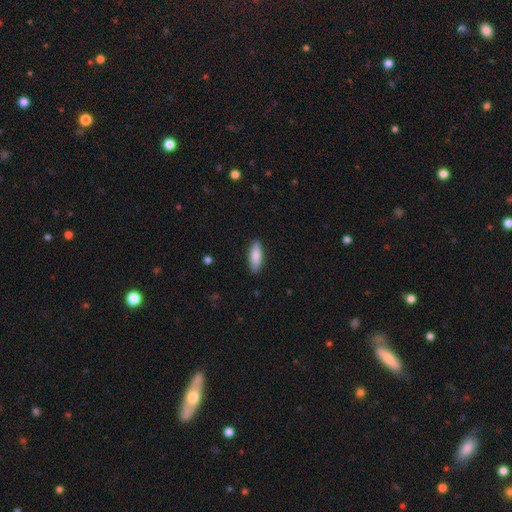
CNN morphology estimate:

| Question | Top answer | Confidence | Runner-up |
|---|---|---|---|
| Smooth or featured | smooth | 85% | featured or disk (10%) |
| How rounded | in between | 59% | cigar-shaped (39%) |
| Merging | none | 89% | minor disturbance (8%) |